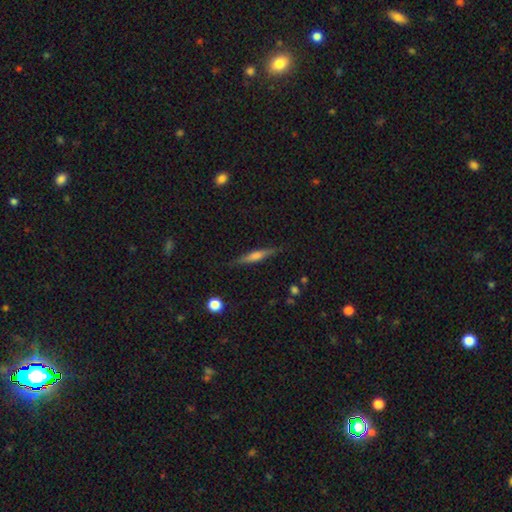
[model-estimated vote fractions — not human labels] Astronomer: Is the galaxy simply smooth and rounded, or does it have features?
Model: featured or disk — 62%.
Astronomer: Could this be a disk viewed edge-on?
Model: yes — 97%.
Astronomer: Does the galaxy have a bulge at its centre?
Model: rounded — 72%.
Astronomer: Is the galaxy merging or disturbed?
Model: none — 87%.